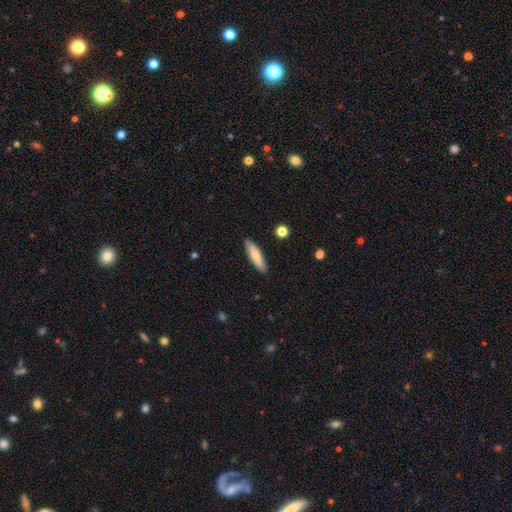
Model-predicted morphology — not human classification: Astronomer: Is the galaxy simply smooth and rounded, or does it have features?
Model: smooth — 68%.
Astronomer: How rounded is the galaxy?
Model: cigar-shaped — 71%.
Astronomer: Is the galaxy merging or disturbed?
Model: none — 88%.